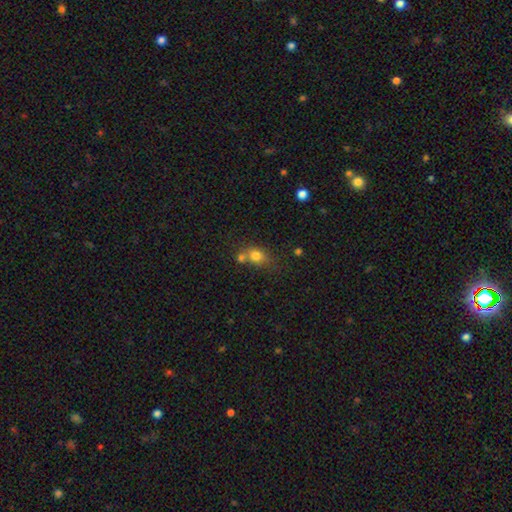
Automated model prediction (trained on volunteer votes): Overall: smooth (77%). How rounded: round (55%; in between 43%). Merging: none (47%; merger 33%).